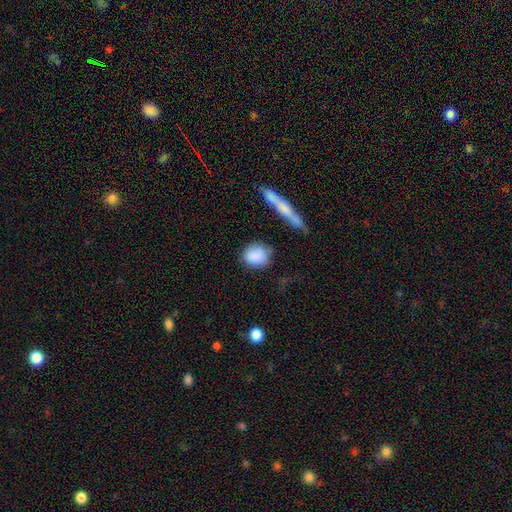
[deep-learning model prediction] Overall: smooth (85%). How rounded: round (65%; in between 32%). Merging: none (69%).